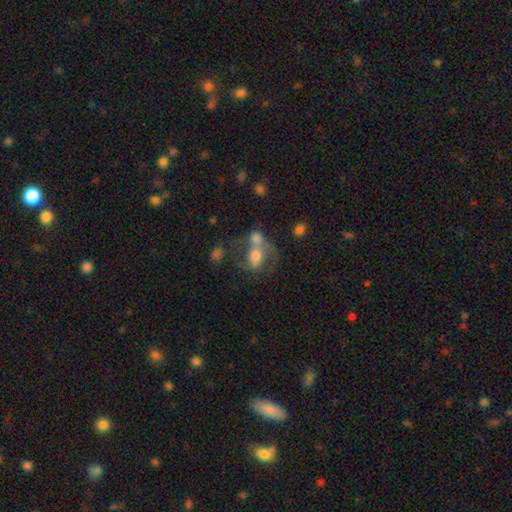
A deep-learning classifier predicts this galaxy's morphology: Smooth or featured? featured or disk (51%)
Edge-on disk? no (95%)
Merging? merger (49%)